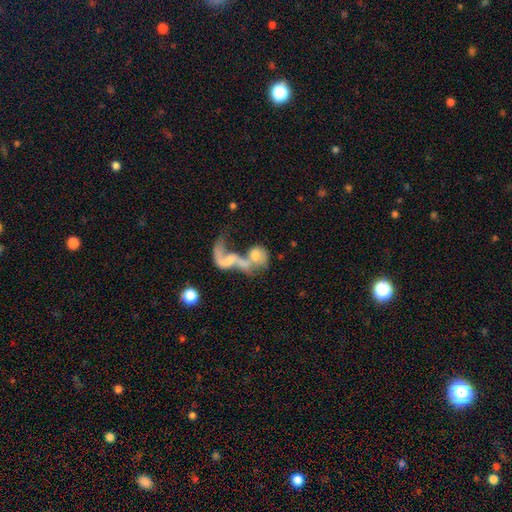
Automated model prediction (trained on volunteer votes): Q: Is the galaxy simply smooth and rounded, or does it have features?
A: featured or disk — 49%.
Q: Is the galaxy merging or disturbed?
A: merger — 74%.